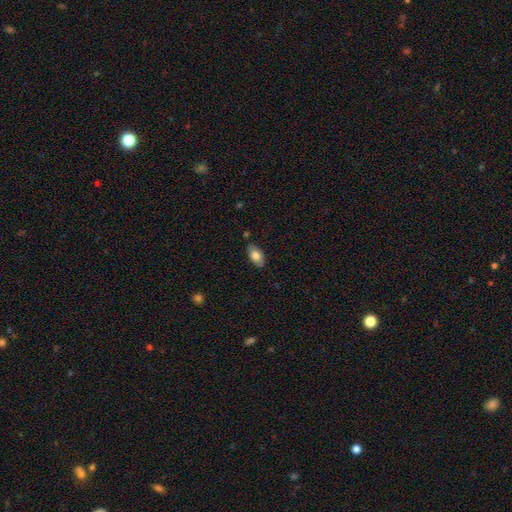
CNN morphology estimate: Smooth or featured?
  - smooth: 75% *
  - featured or disk: 18%
  - star or artifact: 7%
How rounded?
  - in between: 93% *
  - round: 4%
  - cigar-shaped: 3%
Merging?
  - none: 80% *
  - minor disturbance: 15%
  - major disturbance: 3%
  - merger: 2%